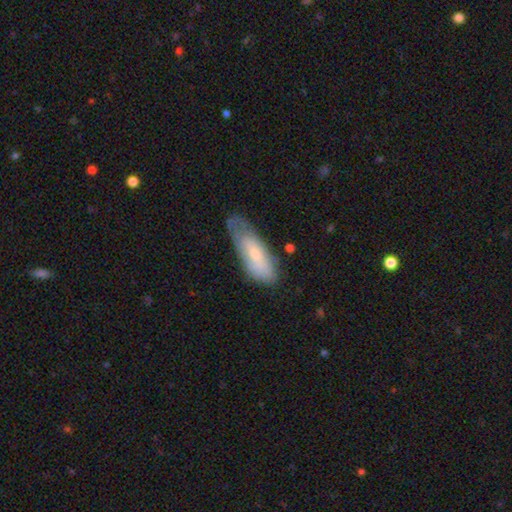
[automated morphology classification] The model was most divided on "merging": none: 46%, minor disturbance: 35%, major disturbance: 16%, merger: 3%. More confident: how rounded — in between (68%); smooth or featured — smooth (61%).